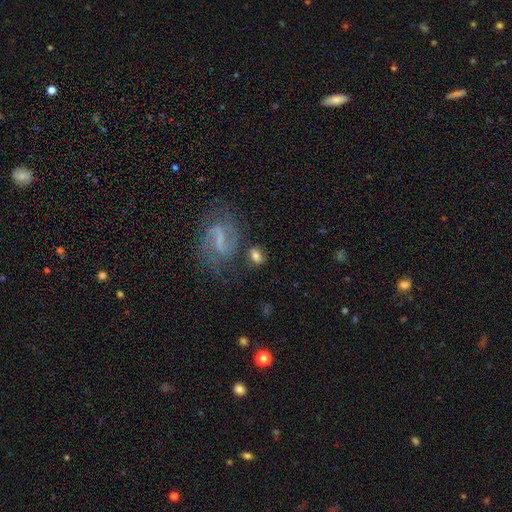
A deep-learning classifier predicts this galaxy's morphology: Overall: smooth (54%; featured or disk 35%). How rounded: in between (72%). Merging: none (61%).